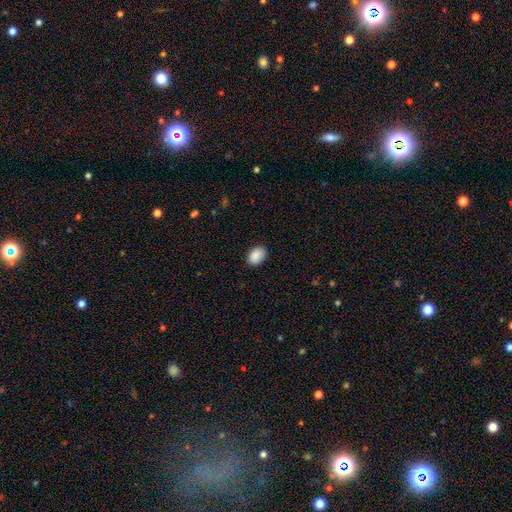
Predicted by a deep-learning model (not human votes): smooth_or_featured: smooth (p=0.90) [alt: star or artifact p=0.07]
how_rounded: in between (p=0.83) [alt: round p=0.16]
merging: none (p=0.87) [alt: minor disturbance p=0.10]